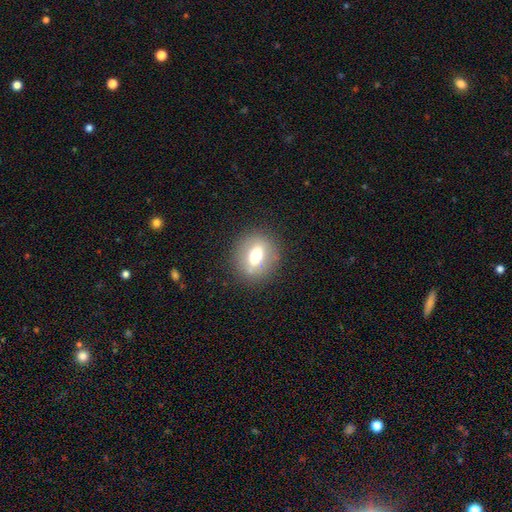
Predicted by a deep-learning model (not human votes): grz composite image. It shows a smooth galaxy with no disk features (61%) that is round (62%). Merging: none (84%).